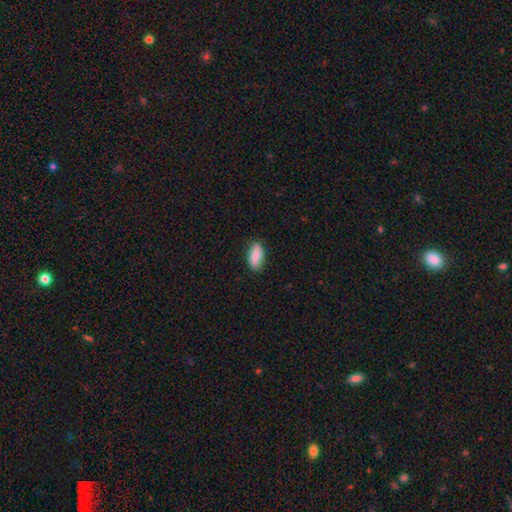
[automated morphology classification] type=smooth (79%); roundness=in between (90%); merging=none (84%).